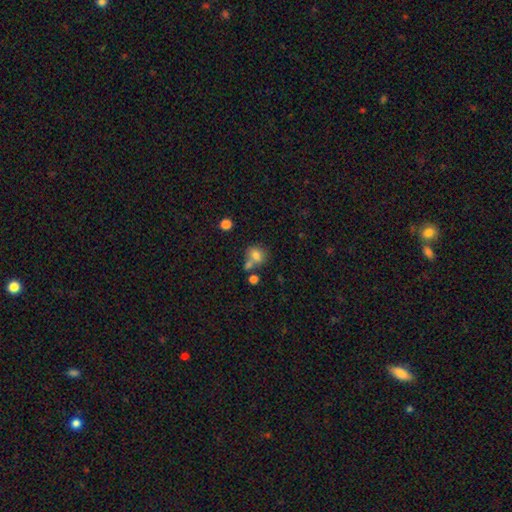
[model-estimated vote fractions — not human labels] This appears to be a smooth galaxy with no disk features (77%) that is round (61%). Merging: none (47%).